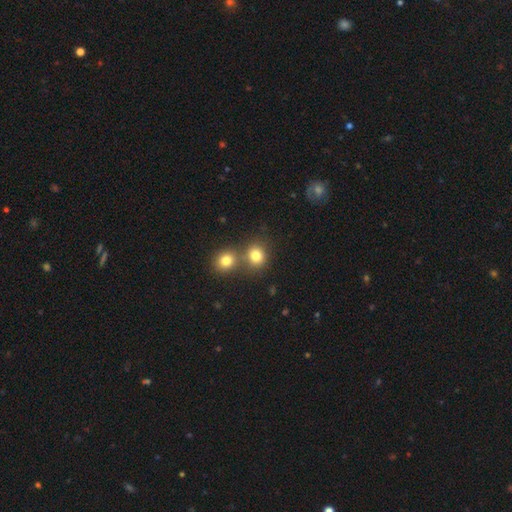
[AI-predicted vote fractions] The model was most divided on "merging": none: 54%, merger: 35%, minor disturbance: 8%, major disturbance: 3%. More confident: smooth or featured — smooth (80%); how rounded — round (79%).